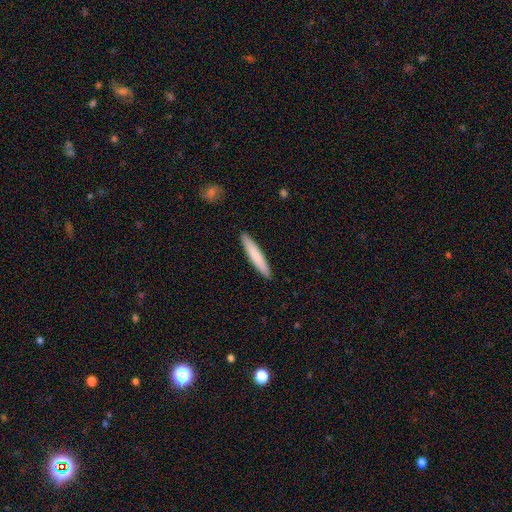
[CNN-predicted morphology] This appears to be a smooth galaxy with no disk features (79%) that is cigar-shaped (94%). Merging: none (92%).